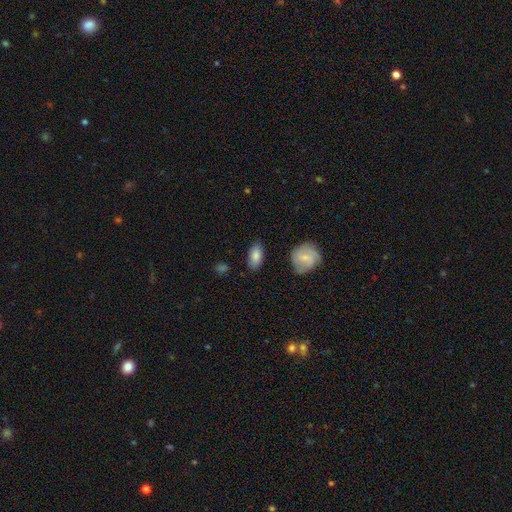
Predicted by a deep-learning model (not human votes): A smooth galaxy with no disk features (81%) that is in between round and cigar-shaped (90%).

Vote fractions:
- Smooth or featured? smooth: 81% / featured or disk: 13% / star or artifact: 6%
- How rounded? in between: 90% / cigar-shaped: 6% / round: 4%
- Merging? none: 81% / minor disturbance: 13% / major disturbance: 3% / merger: 2%